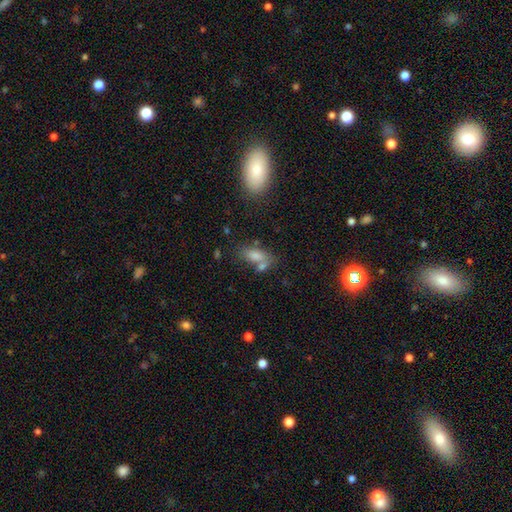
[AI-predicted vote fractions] Smooth or featured?
  - smooth: 74% *
  - star or artifact: 14%
  - featured or disk: 12%
How rounded?
  - in between: 82% *
  - cigar-shaped: 10%
  - round: 8%
Merging?
  - none: 56% *
  - merger: 24%
  - minor disturbance: 14%
  - major disturbance: 6%